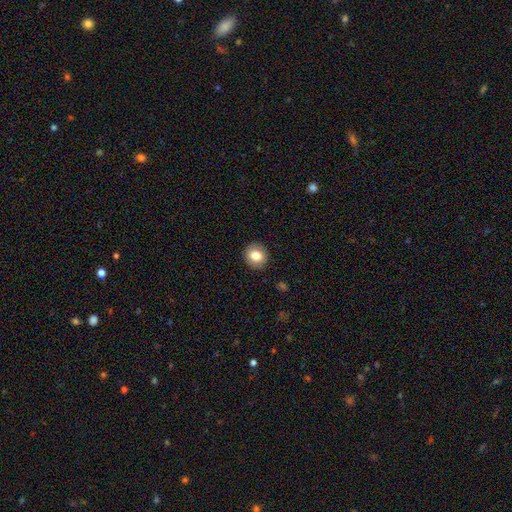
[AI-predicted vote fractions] Smooth or featured?
  - smooth: 83% *
  - featured or disk: 9%
  - star or artifact: 9%
How rounded?
  - round: 80% *
  - in between: 19%
  - cigar-shaped: 1%
Merging?
  - none: 90% *
  - minor disturbance: 7%
  - major disturbance: 2%
  - merger: 1%